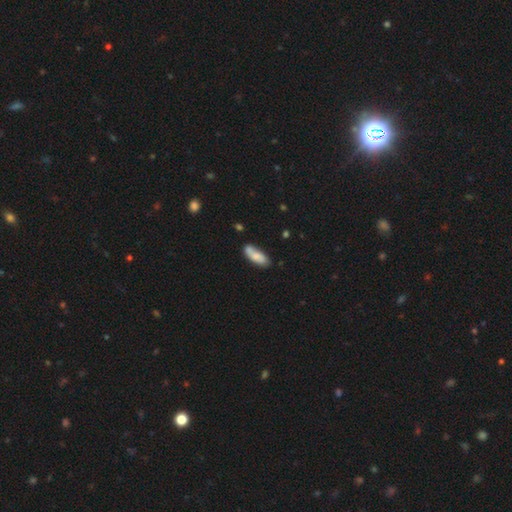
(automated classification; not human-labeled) Smooth or featured: smooth — 73% (featured or disk — 20%)
How rounded: in between — 69% (cigar-shaped — 29%)
Merging: none — 63% (minor disturbance — 22%)